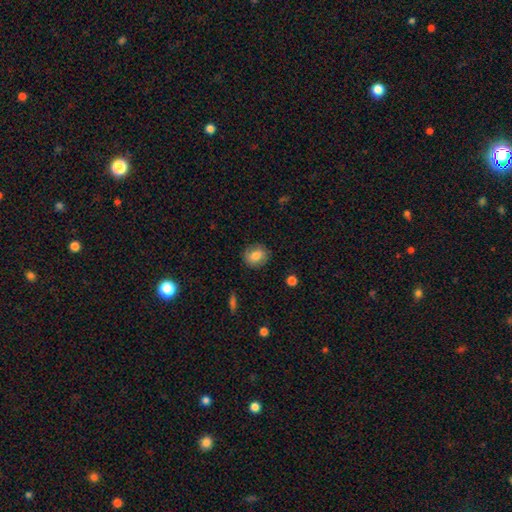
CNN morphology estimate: This is likely a smooth galaxy (80%). How rounded: likely round (70%). Merging: clearly none (84%).